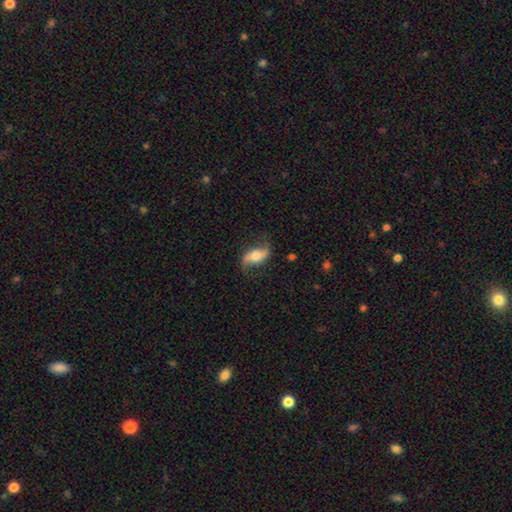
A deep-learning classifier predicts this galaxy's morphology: smooth-or-featured: featured or disk: 73% | smooth: 20% | star or artifact: 7%
  disk-edge-on: no: 92% | yes: 8%
    bar: no: 46% | weak: 32% | strong: 23%
    has-spiral-arms: yes: 92% | no: 8%
      spiral-winding: loose: 81% | medium: 14% | tight: 5%
      spiral-arm-count: 2: 92% | 1: 3% | can't tell: 3% | 3: 1% | 4: 1% | more than 4: 1%
    bulge-size: moderate: 54% | small: 25% | large: 14% | none: 4% | dominant: 3%
  merging: none: 74% | minor disturbance: 17% | major disturbance: 8% | merger: 1%